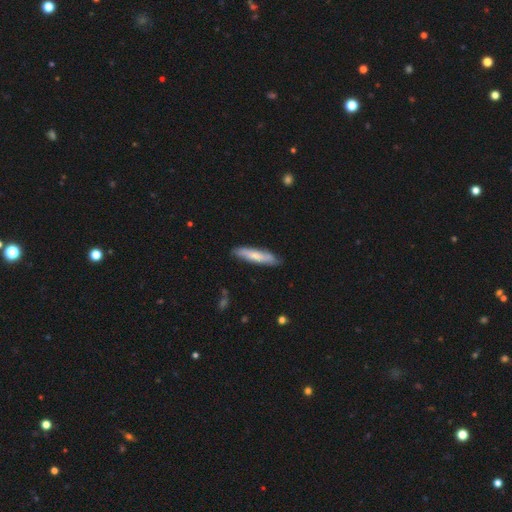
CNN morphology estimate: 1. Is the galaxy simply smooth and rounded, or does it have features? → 60% smooth, 34% featured or disk, 5% star or artifact.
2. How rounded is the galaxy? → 81% cigar-shaped, 17% in between, 2% round.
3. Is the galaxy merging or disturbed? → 83% none, 14% minor disturbance, 2% major disturbance, 1% merger.